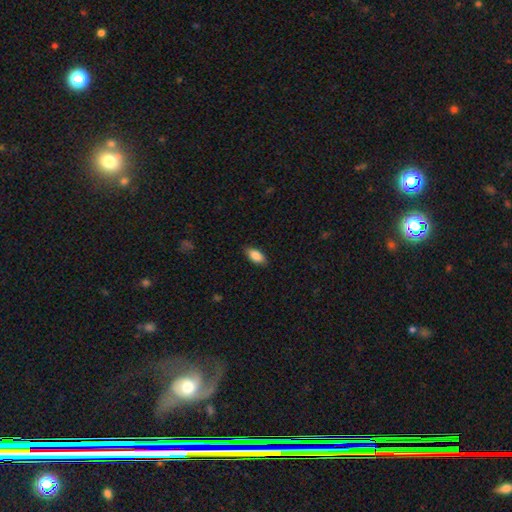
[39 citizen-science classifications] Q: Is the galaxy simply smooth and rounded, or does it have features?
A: smooth — 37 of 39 (95%).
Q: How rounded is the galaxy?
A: in between — 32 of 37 (86%).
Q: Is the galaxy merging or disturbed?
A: none — 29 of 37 (78%).